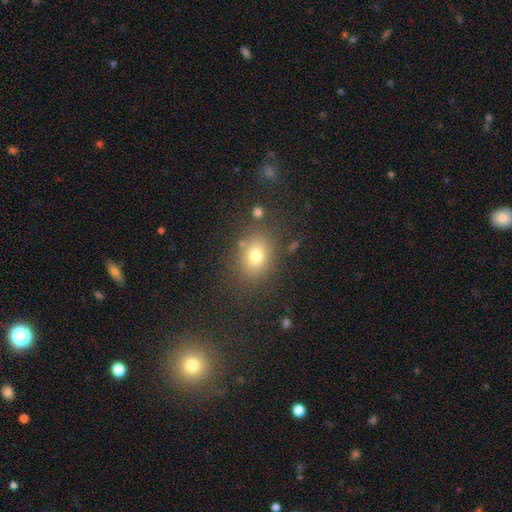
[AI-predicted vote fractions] A smooth galaxy with no disk features (74%) that is in between round and cigar-shaped (51%). Merging: none (79%).